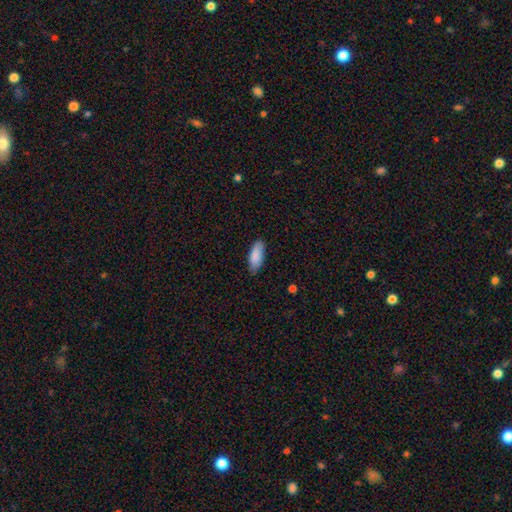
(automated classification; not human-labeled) The model was most divided on "how rounded": in between: 79%, cigar-shaped: 20%, round: 2%. More confident: smooth or featured — smooth (88%); merging — none (80%).